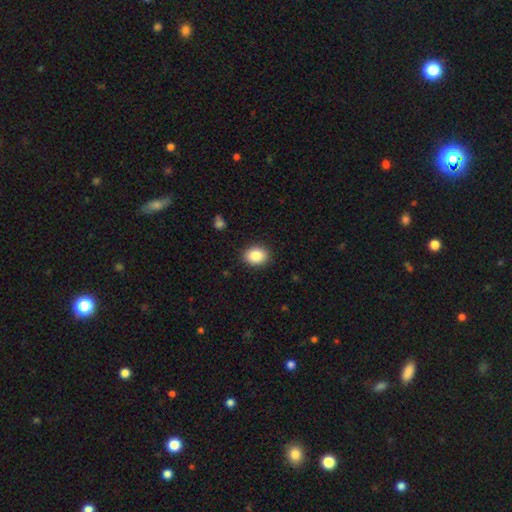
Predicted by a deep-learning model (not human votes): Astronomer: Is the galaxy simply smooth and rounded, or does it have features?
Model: smooth — 87%.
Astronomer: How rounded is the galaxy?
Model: in between — 57% (runner-up: round, 42%).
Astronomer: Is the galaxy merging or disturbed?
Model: none — 89%.